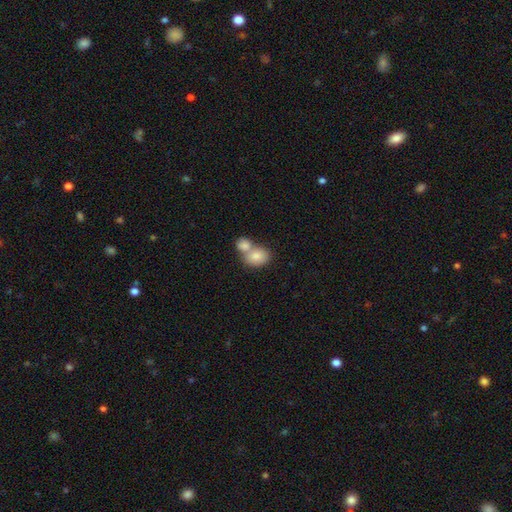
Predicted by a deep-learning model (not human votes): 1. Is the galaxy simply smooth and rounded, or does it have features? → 81% smooth, 11% featured or disk, 7% star or artifact.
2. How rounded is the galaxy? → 58% in between, 41% round, 1% cigar-shaped.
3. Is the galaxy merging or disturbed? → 62% merger, 28% none, 7% minor disturbance, 3% major disturbance.